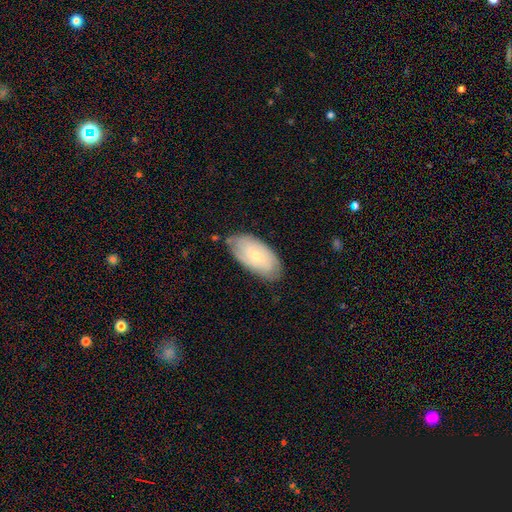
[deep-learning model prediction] This is possibly a featured or disk galaxy (50%). It is clearly not viewed edge-on (90%). Merging: likely none (75%).